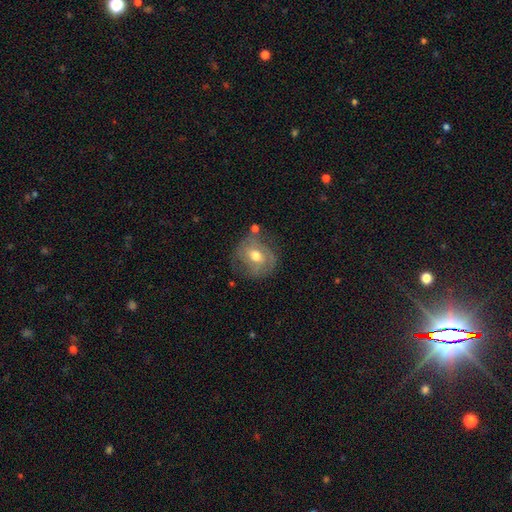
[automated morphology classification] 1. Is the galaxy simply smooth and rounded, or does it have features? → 56% featured or disk, 37% smooth, 7% star or artifact.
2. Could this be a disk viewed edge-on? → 96% no, 4% yes.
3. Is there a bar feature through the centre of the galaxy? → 50% no, 39% weak, 10% strong.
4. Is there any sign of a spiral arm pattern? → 70% yes, 30% no.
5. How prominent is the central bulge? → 76% moderate, 12% small, 9% large, 1% none, 1% dominant.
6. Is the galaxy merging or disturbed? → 60% none, 23% minor disturbance, 11% major disturbance, 6% merger.